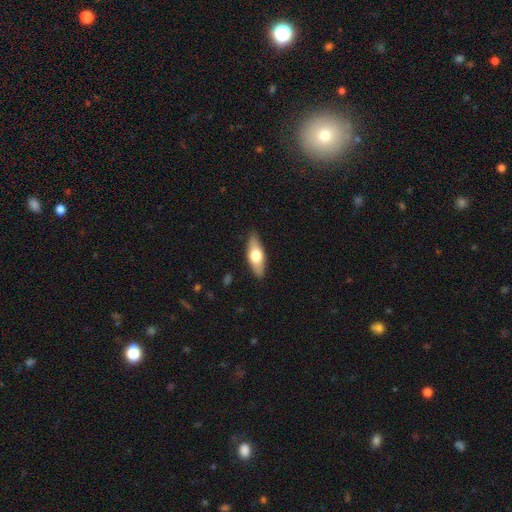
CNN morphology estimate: smooth 60%, featured or disk 34%, star or artifact 6%. Down the decision tree: how rounded — in between (69%); merging — none (87%).